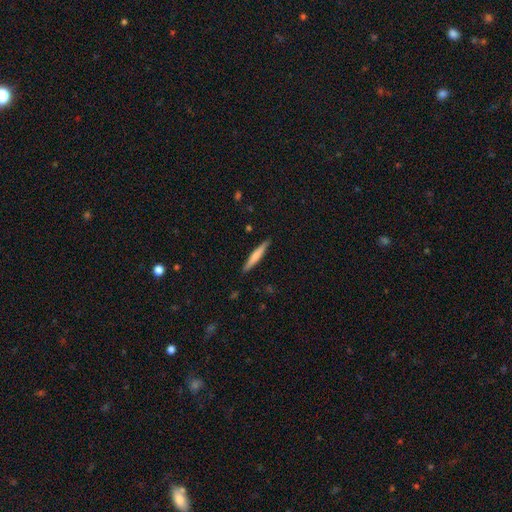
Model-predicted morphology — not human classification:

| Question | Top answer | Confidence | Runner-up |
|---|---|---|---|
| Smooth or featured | smooth | 64% | featured or disk (31%) |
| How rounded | cigar-shaped | 94% | in between (4%) |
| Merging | none | 91% | minor disturbance (7%) |